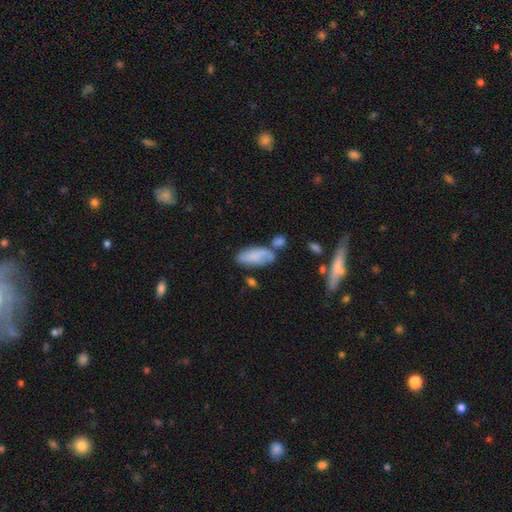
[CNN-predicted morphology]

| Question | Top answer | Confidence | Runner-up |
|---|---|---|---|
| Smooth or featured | smooth | 73% | featured or disk (20%) |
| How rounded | in between | 79% | cigar-shaped (18%) |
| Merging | none | 49% | minor disturbance (24%) |